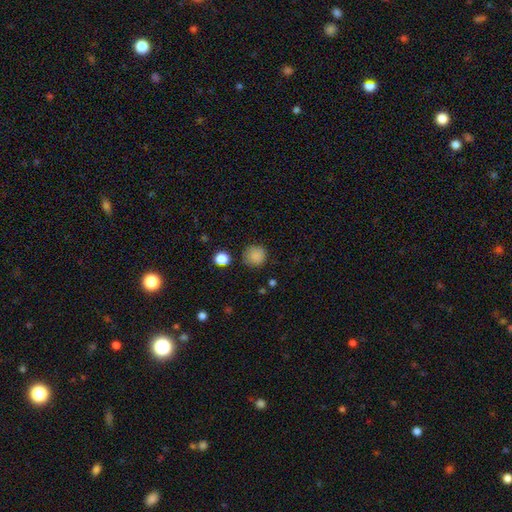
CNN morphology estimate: smooth_or_featured: smooth (p=0.85) [alt: star or artifact p=0.11]
how_rounded: round (p=0.92) [alt: in between p=0.07]
merging: none (p=0.82) [alt: minor disturbance p=0.12]